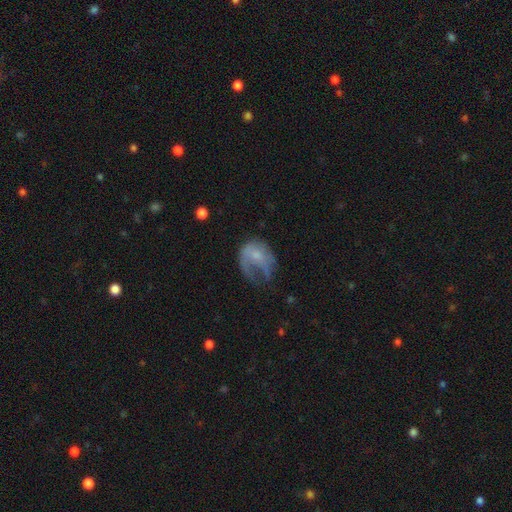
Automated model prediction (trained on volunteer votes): Smooth or featured? Predicted: featured or disk (p=0.46). Merging? Predicted: major disturbance (p=0.50).